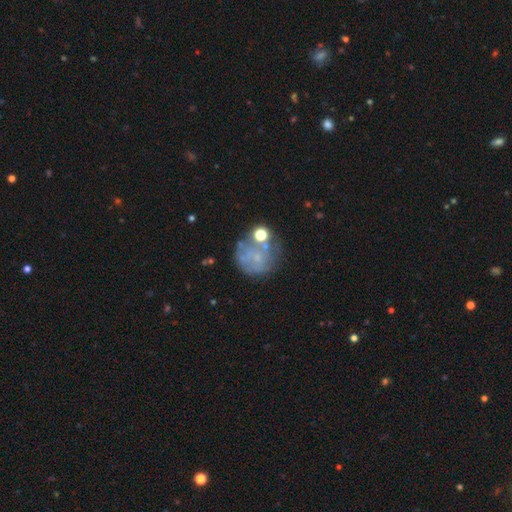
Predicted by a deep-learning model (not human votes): This is marginally a featured or disk galaxy (41%, tied with smooth). Merging: possibly none (51%).